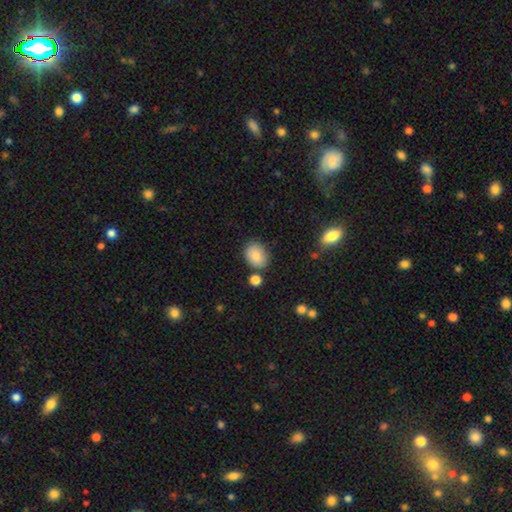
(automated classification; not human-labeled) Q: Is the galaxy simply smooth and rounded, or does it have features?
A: smooth — 86%.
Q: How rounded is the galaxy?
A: in between — 71%.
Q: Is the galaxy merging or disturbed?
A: none — 77%.